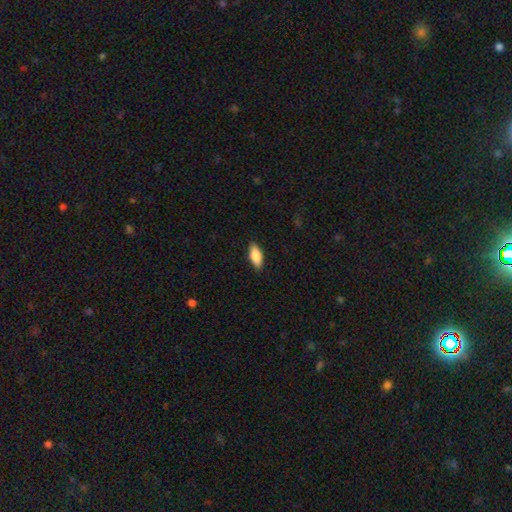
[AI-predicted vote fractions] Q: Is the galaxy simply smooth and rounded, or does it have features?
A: smooth — 84%.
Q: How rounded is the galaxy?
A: in between — 83%.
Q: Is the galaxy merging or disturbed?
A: none — 88%.